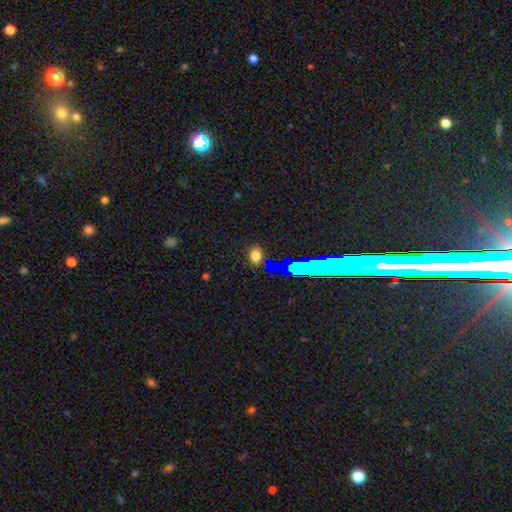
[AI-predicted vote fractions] This appears to be a smooth galaxy with no disk features (73%) that is in between round and cigar-shaped (56%). Merging: none (84%).